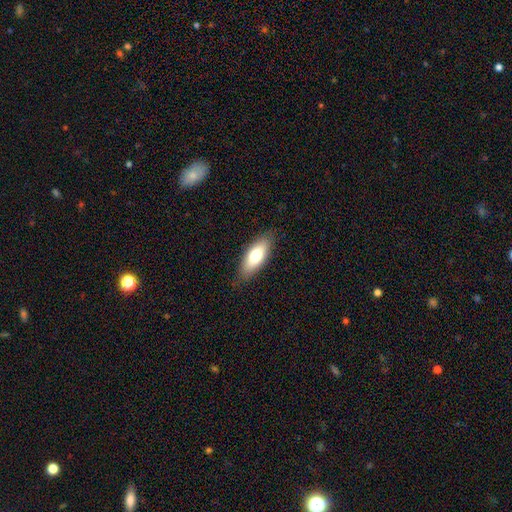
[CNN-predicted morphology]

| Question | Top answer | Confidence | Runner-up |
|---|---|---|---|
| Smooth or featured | smooth | 72% | featured or disk (21%) |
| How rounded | in between | 74% | cigar-shaped (24%) |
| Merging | none | 85% | minor disturbance (12%) |